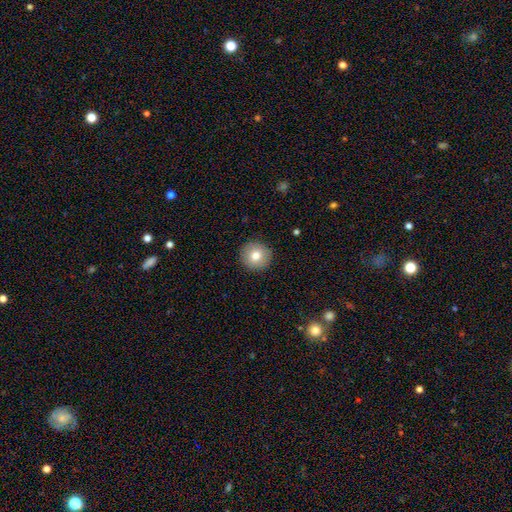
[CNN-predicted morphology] Smooth or featured: smooth — 80% (featured or disk — 11%)
How rounded: round — 95% (in between — 4%)
Merging: none — 92% (minor disturbance — 5%)